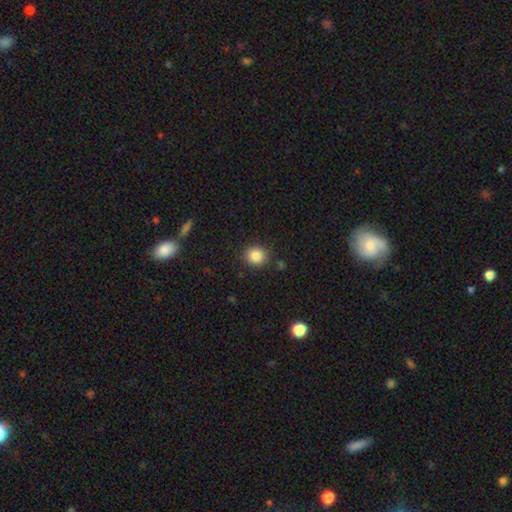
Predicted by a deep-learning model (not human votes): A smooth galaxy with no disk features (86%) that is round (83%).

Vote fractions:
- Smooth or featured? smooth: 86% / star or artifact: 10% / featured or disk: 5%
- How rounded? round: 83% / in between: 16% / cigar-shaped: 1%
- Merging? none: 88% / minor disturbance: 8% / major disturbance: 3% / merger: 2%